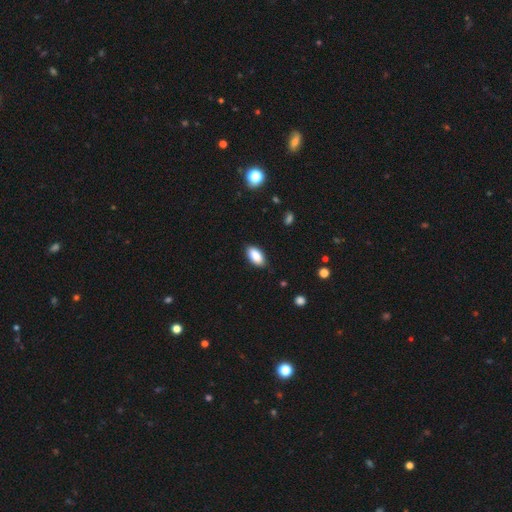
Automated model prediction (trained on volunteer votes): Smooth or featured? smooth (88%)
How rounded? in between (92%)
Merging? none (85%)